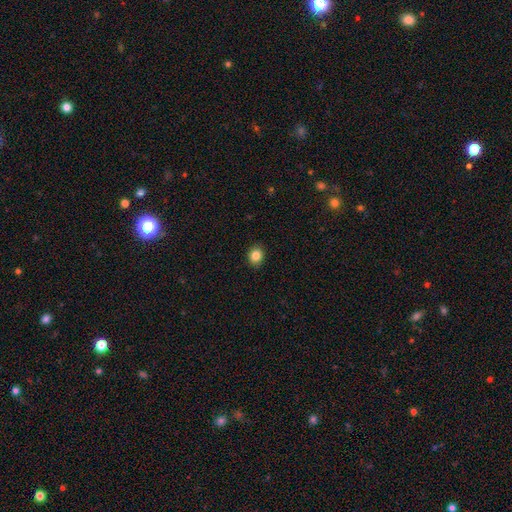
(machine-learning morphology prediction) The model was most divided on "how rounded": round: 60%, in between: 40%, cigar-shaped: 1%. More confident: merging — none (90%); smooth or featured — smooth (84%).